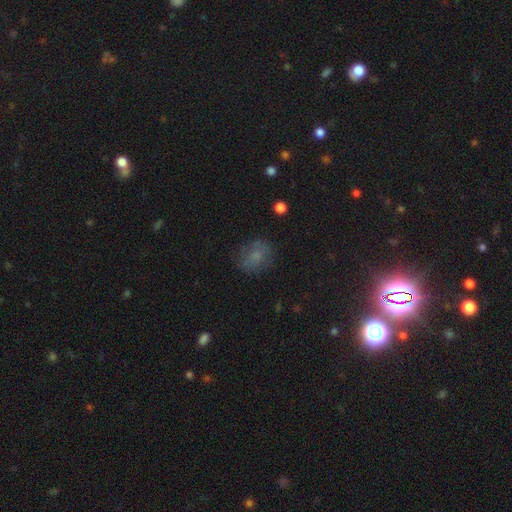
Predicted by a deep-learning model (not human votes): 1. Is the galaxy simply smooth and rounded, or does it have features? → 65% smooth, 19% featured or disk, 16% star or artifact.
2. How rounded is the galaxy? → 55% round, 44% in between, 1% cigar-shaped.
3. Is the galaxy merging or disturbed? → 70% none, 19% minor disturbance, 9% major disturbance, 2% merger.